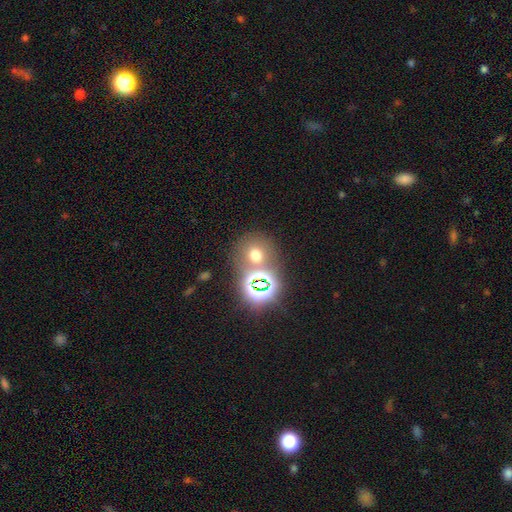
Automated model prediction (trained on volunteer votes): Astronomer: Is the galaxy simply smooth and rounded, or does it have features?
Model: smooth — 57% (runner-up: star or artifact, 32%).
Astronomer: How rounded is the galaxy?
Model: round — 83%.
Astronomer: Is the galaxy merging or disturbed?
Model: none — 65%.